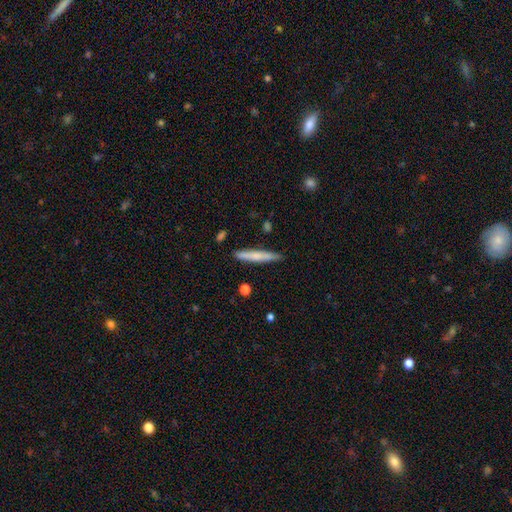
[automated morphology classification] This appears to be a smooth galaxy with no disk features (67%) that is cigar-shaped (95%). Merging: none (86%).